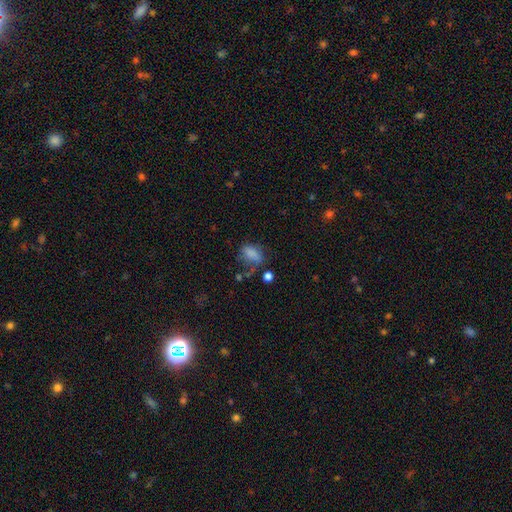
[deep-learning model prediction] Q: Smooth or featured?
A: smooth (58%); runner-up: star or artifact (25%)
Q: How rounded?
A: in between (79%); runner-up: round (16%)
Q: Merging?
A: none (50%); runner-up: minor disturbance (24%)